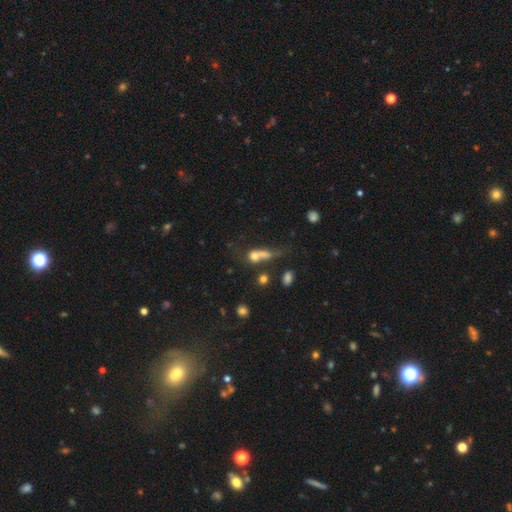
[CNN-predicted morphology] Smooth or featured? smooth (61%)
How rounded? round (49%)
Merging? merger (48%)